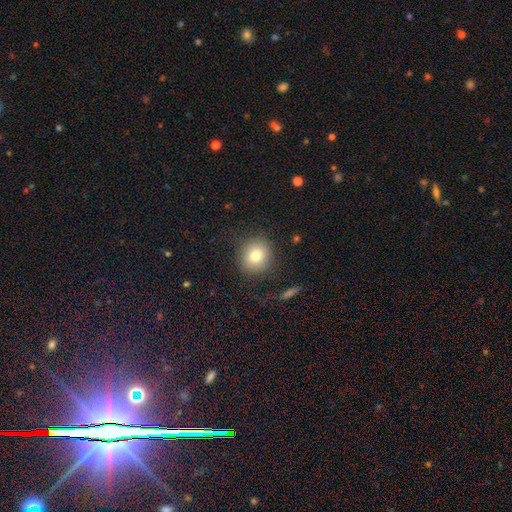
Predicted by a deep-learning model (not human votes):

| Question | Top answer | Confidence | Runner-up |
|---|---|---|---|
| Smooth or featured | smooth | 78% | star or artifact (11%) |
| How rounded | round | 83% | in between (16%) |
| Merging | none | 85% | minor disturbance (9%) |